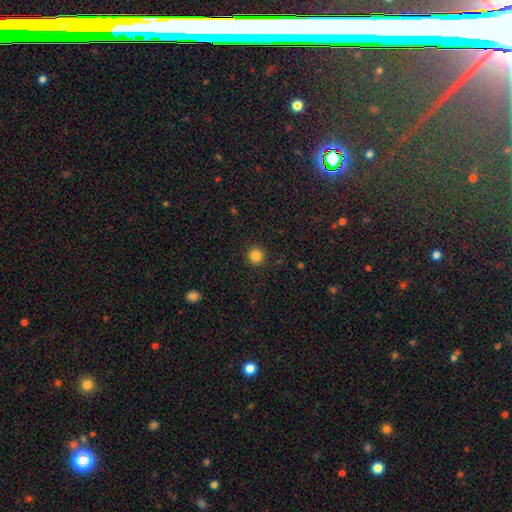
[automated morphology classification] Q: Smooth or featured?
A: smooth (84%); runner-up: star or artifact (12%)
Q: How rounded?
A: round (95%); runner-up: in between (4%)
Q: Merging?
A: none (92%); runner-up: minor disturbance (5%)